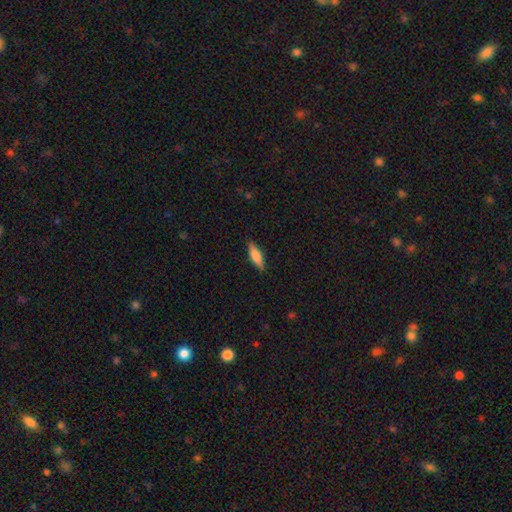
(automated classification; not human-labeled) Smooth or featured? Predicted: smooth (p=0.69). How rounded? Predicted: cigar-shaped (p=0.60). Merging? Predicted: none (p=0.88).